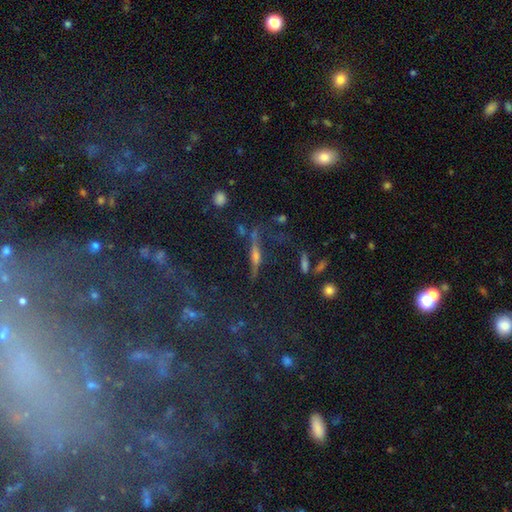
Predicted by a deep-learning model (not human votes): Smooth or featured?
  - featured or disk: 66% *
  - star or artifact: 18%
  - smooth: 16%
Edge-on disk?
  - yes: 89% *
  - no: 11%
Edge-on bulge?
  - rounded: 89% *
  - none: 6%
  - boxy: 5%
Merging?
  - none: 74% *
  - minor disturbance: 14%
  - major disturbance: 6%
  - merger: 6%